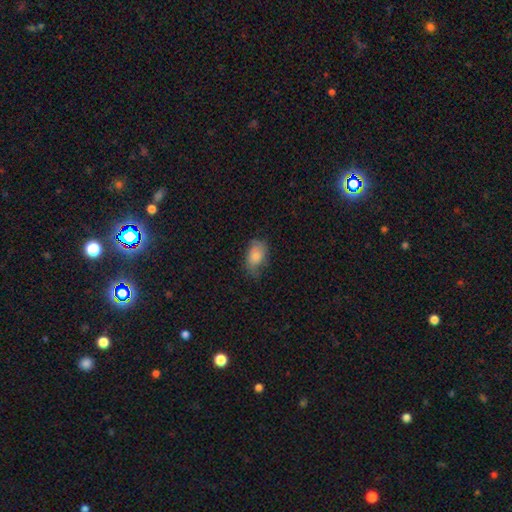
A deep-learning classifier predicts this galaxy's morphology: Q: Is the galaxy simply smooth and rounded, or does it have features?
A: smooth — 78%.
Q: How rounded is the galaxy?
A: in between — 89%.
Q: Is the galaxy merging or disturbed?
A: none — 57%.